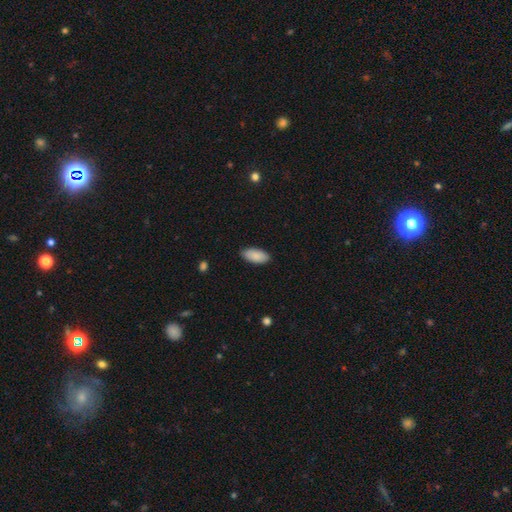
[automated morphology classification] smooth_or_featured: smooth (p=0.89) [alt: star or artifact p=0.06]
how_rounded: in between (p=0.92) [alt: cigar-shaped p=0.06]
merging: none (p=0.87) [alt: minor disturbance p=0.10]